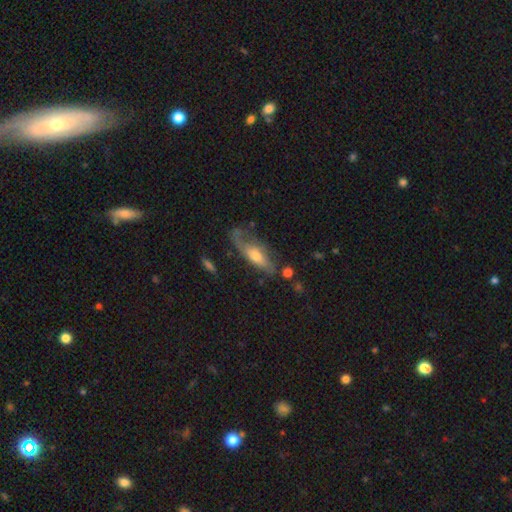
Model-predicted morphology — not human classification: Smooth or featured? featured or disk (50%)
Merging? none (43%)